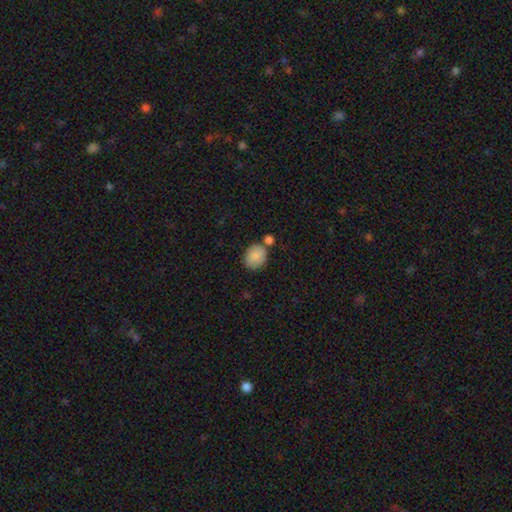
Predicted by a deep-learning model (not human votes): Smooth or featured?
  - smooth: 85% *
  - featured or disk: 7%
  - star or artifact: 7%
How rounded?
  - round: 60% *
  - in between: 39%
  - cigar-shaped: 1%
Merging?
  - none: 62% *
  - merger: 18%
  - minor disturbance: 15%
  - major disturbance: 4%